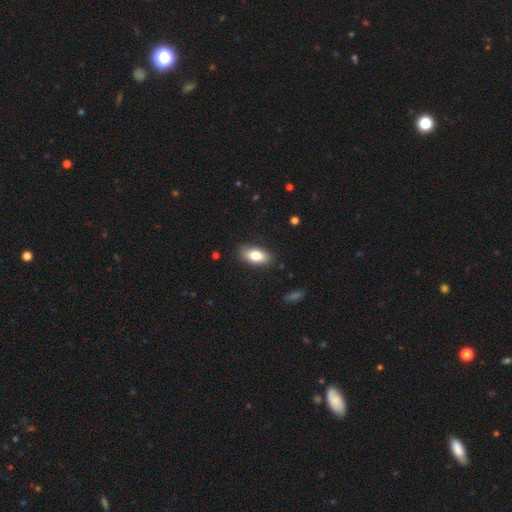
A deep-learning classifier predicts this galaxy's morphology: This is clearly a smooth galaxy (81%). How rounded: clearly in between (90%). Merging: clearly none (87%).